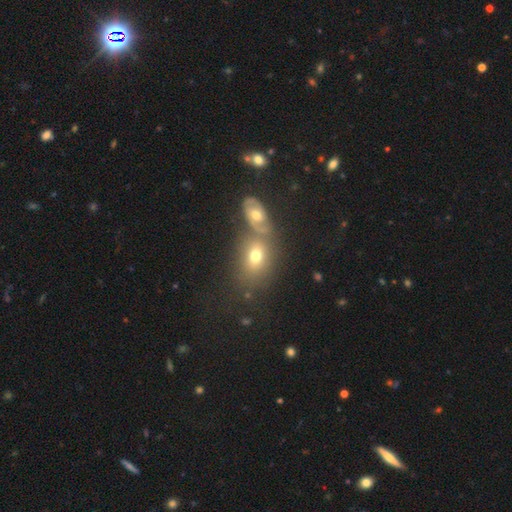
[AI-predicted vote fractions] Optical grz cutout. It shows a smooth galaxy with no disk features (64%) that is in between round and cigar-shaped (72%). Merging: none (42%).